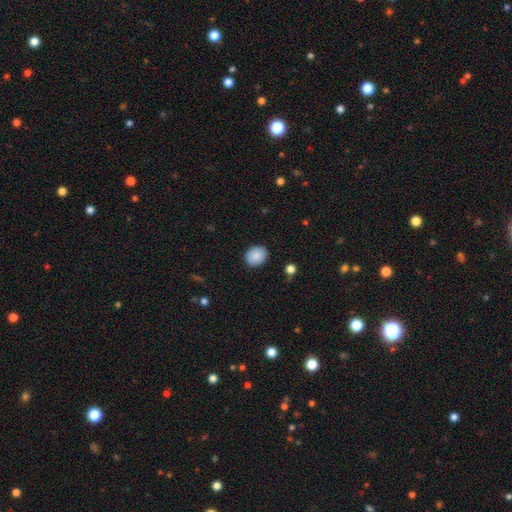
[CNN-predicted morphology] Smooth or featured: smooth — 89% (star or artifact — 8%)
How rounded: round — 67% (in between — 32%)
Merging: none — 88% (minor disturbance — 8%)